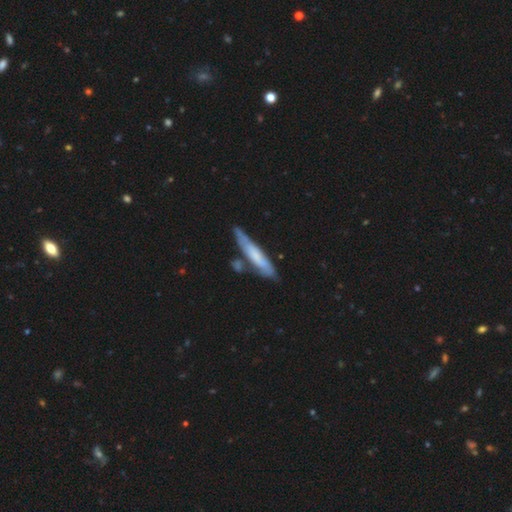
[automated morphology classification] A smooth galaxy with no disk features (51%) that is cigar-shaped (85%).

Vote fractions:
- Smooth or featured? smooth: 51% / featured or disk: 43% / star or artifact: 6%
- How rounded? cigar-shaped: 85% / in between: 13% / round: 1%
- Merging? none: 60% / minor disturbance: 22% / merger: 12% / major disturbance: 6%